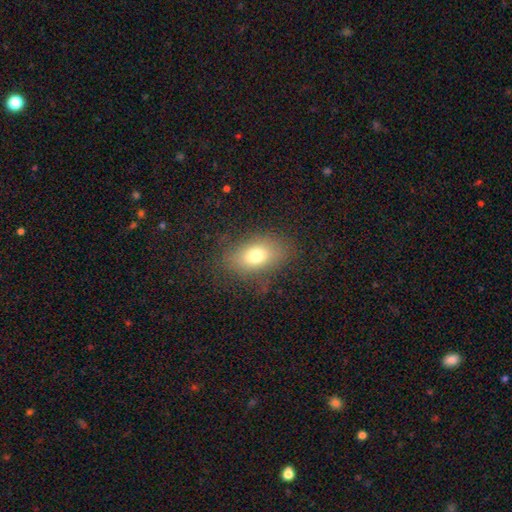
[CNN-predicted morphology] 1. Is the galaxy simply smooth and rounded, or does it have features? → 73% smooth, 15% featured or disk, 12% star or artifact.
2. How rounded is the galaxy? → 81% in between, 17% round, 2% cigar-shaped.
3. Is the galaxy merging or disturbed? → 77% none, 14% minor disturbance, 7% major disturbance, 1% merger.